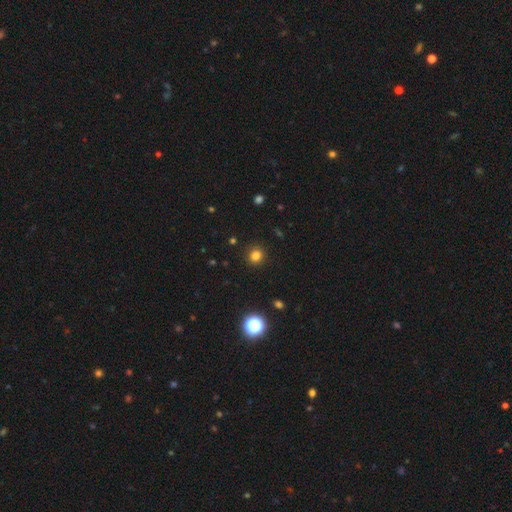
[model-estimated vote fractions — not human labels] A smooth galaxy with no disk features (80%) that is round (89%). Merging: none (91%).